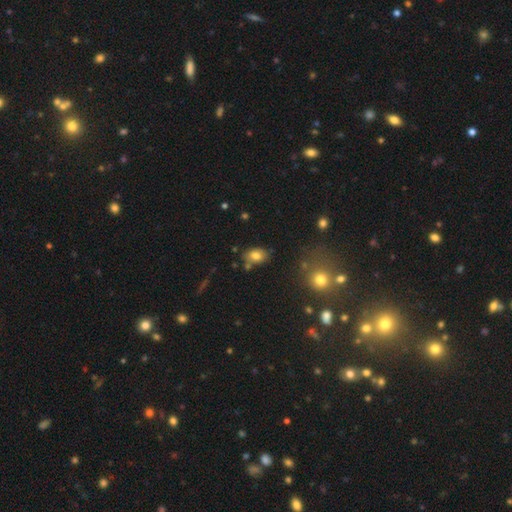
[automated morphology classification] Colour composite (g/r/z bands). It shows a smooth galaxy with no disk features (79%) that is in between round and cigar-shaped (79%). Merging: none (73%).